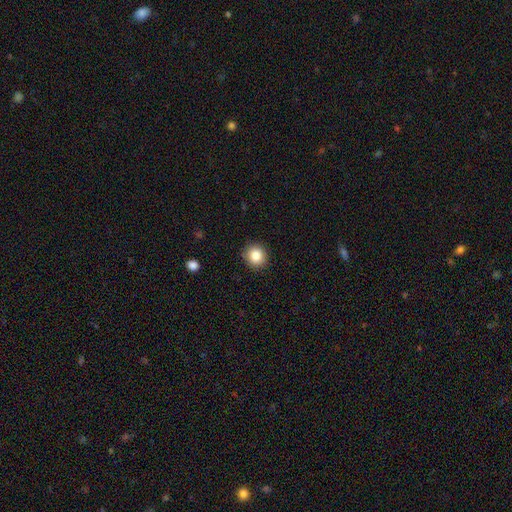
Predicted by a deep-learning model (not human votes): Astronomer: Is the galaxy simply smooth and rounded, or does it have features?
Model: smooth — 84%.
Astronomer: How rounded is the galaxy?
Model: round — 87%.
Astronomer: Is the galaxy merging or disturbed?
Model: none — 90%.